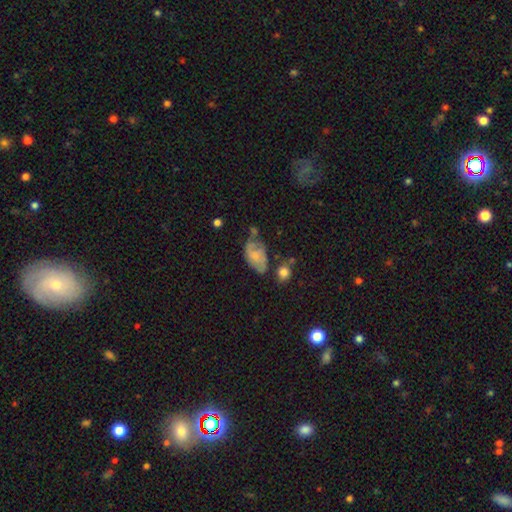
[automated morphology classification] The model was most divided on "smooth or featured" (2-way tie): smooth: 46%, featured or disk: 46%, star or artifact: 8%. Remaining: merging — none (40%).